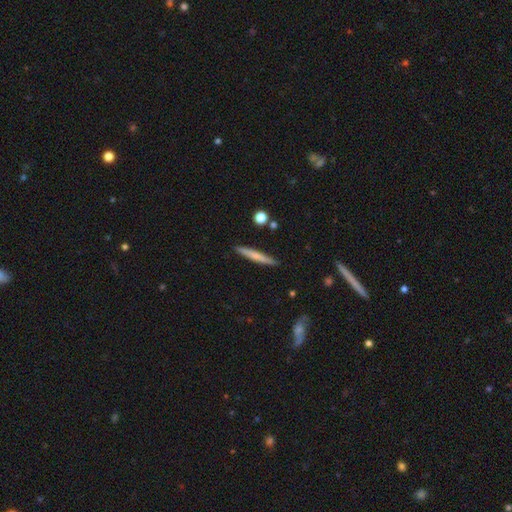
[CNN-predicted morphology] Q: Smooth or featured?
A: smooth (62%); runner-up: featured or disk (33%)
Q: How rounded?
A: cigar-shaped (95%); runner-up: in between (4%)
Q: Merging?
A: none (89%); runner-up: minor disturbance (7%)